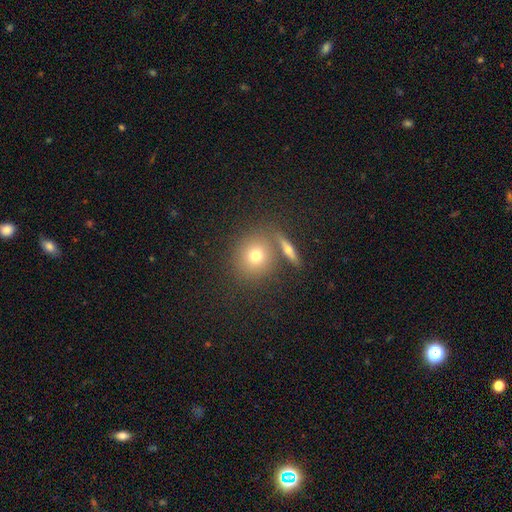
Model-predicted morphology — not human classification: smooth-or-featured: smooth: 72% | featured or disk: 16% | star or artifact: 13%
  how-rounded: round: 83% | in between: 15% | cigar-shaped: 2%
  merging: none: 72% | merger: 14% | minor disturbance: 10% | major disturbance: 4%